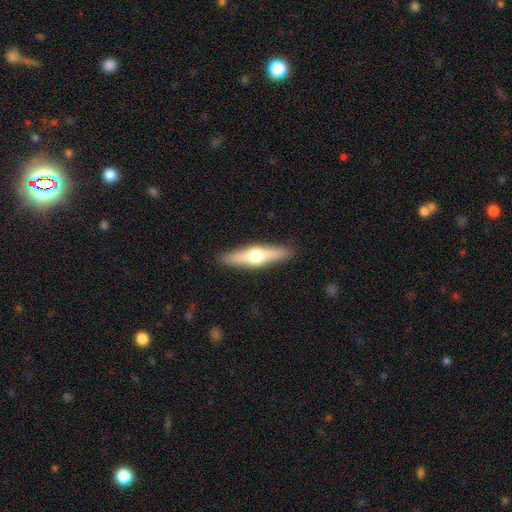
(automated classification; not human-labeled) Smooth or featured? featured or disk (52%)
Edge-on disk? yes (92%)
Merging? none (89%)